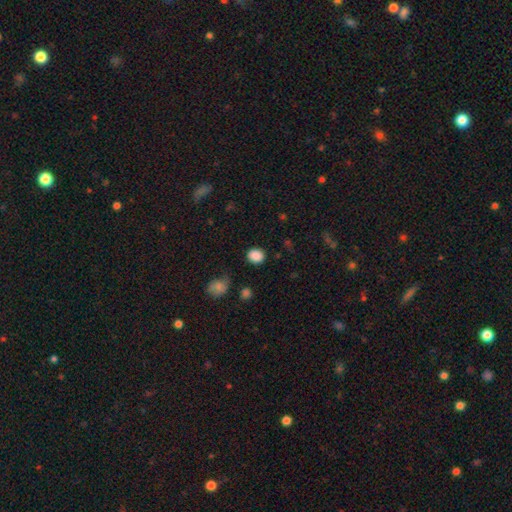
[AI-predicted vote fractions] A smooth galaxy with no disk features (87%) that is round (66%). Merging: none (83%).